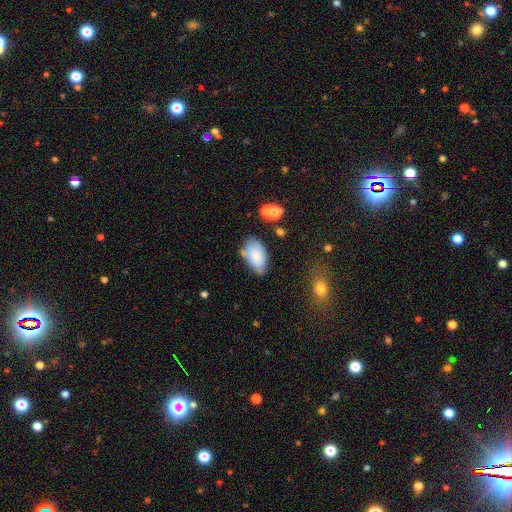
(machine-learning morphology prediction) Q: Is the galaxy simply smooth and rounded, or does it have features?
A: smooth — 74%.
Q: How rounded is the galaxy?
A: in between — 92%.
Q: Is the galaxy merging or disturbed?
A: none — 56%.